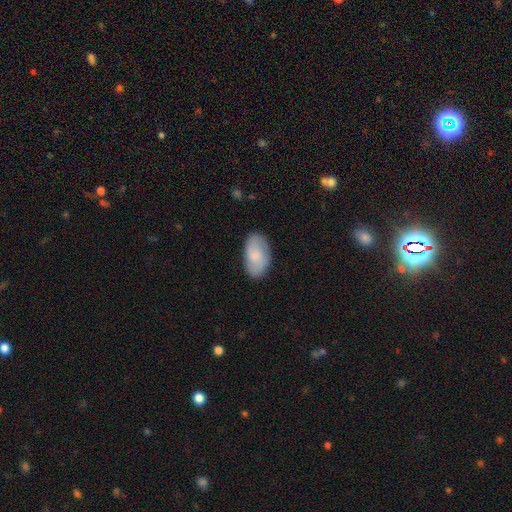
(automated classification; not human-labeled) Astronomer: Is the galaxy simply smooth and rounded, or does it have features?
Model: smooth — 72%.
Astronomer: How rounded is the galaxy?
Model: in between — 95%.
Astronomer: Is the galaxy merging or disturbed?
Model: none — 82%.